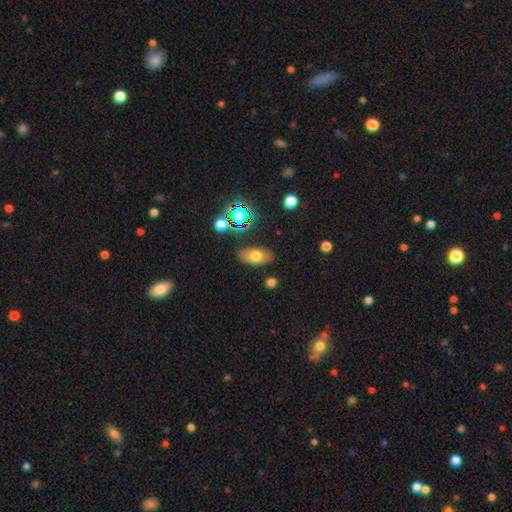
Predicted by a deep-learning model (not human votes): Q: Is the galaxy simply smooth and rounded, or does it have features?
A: smooth — 69%.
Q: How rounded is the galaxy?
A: in between — 88%.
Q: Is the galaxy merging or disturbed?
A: none — 83%.